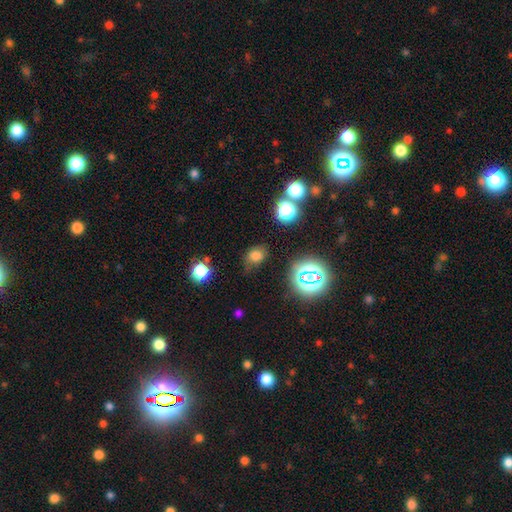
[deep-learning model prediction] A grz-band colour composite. It shows a smooth galaxy with no disk features (70%) that is in between round and cigar-shaped (55%). Merging: none (63%).